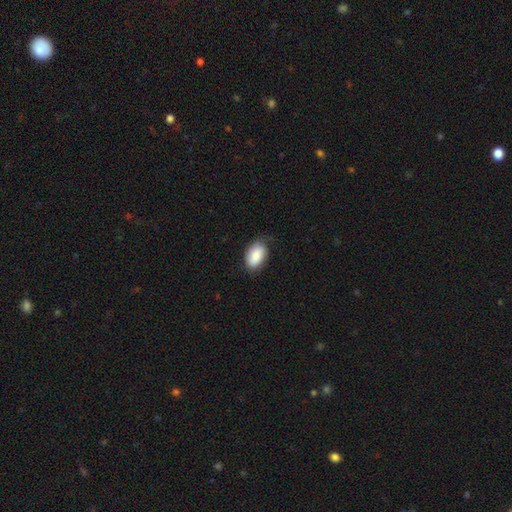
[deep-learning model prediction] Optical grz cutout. It shows a smooth galaxy with no disk features (85%) that is in between round and cigar-shaped (92%). Merging: none (69%).